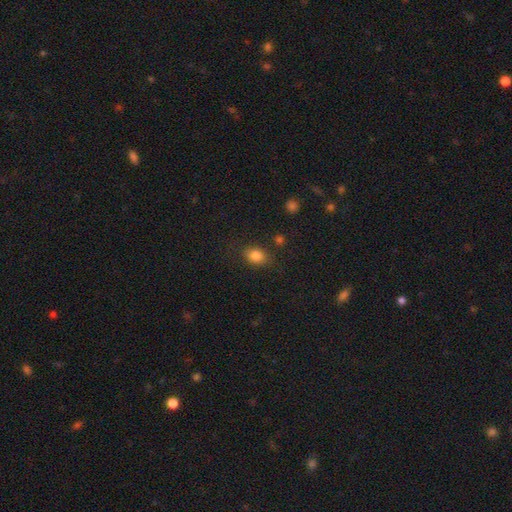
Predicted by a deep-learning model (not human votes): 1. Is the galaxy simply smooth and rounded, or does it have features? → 82% smooth, 11% star or artifact, 7% featured or disk.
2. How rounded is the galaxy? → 64% in between, 35% round, 1% cigar-shaped.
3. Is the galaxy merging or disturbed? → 79% none, 14% minor disturbance, 4% major disturbance, 3% merger.